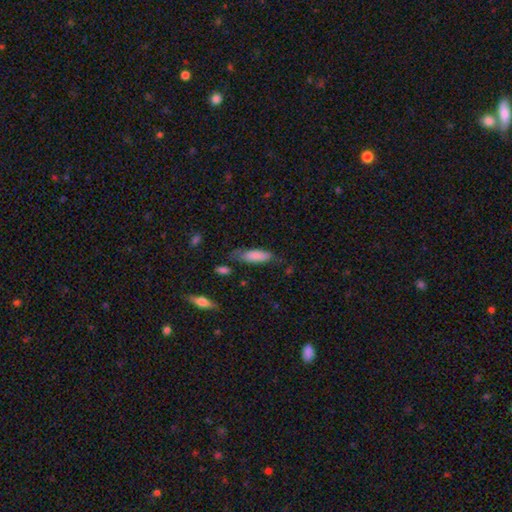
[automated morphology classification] This is clearly a smooth galaxy (82%). How rounded: possibly in between (56%). Merging: possibly none (54%).